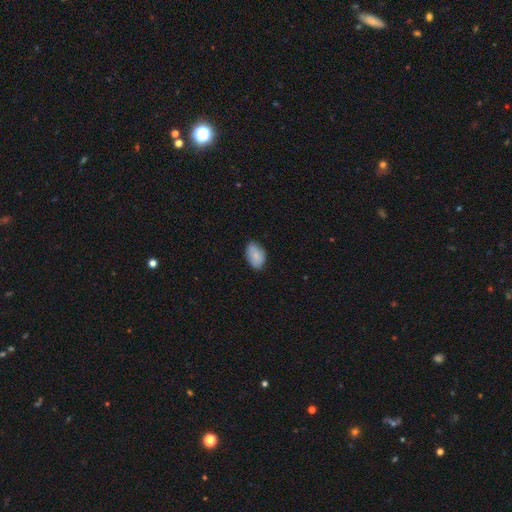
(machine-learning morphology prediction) A smooth galaxy with no disk features (82%) that is in between round and cigar-shaped (89%). Merging: none (77%).